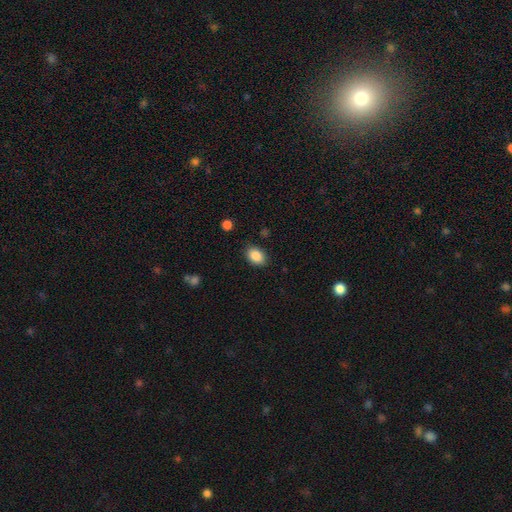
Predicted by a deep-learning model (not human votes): Smooth or featured?
  - smooth: 87% *
  - star or artifact: 8%
  - featured or disk: 4%
How rounded?
  - in between: 76% *
  - round: 23%
  - cigar-shaped: 1%
Merging?
  - none: 86% *
  - minor disturbance: 10%
  - major disturbance: 3%
  - merger: 1%